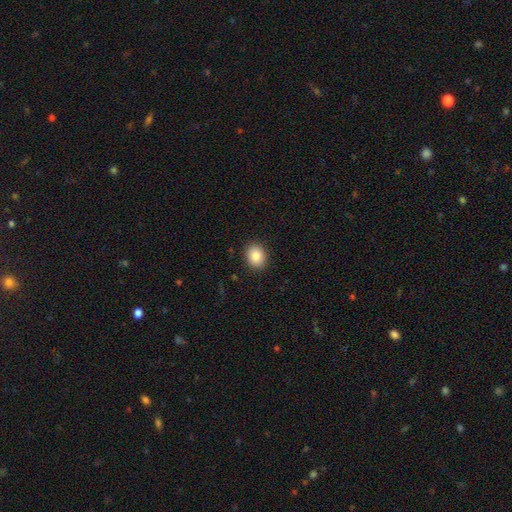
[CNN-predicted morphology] Smooth or featured?
  - smooth: 87% *
  - star or artifact: 8%
  - featured or disk: 5%
How rounded?
  - round: 50% *
  - in between: 49%
  - cigar-shaped: 1%
Merging?
  - none: 90% *
  - minor disturbance: 7%
  - major disturbance: 2%
  - merger: 1%